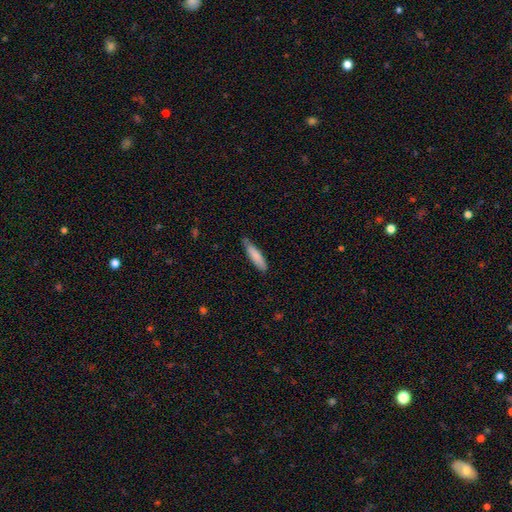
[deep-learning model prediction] smooth-or-featured: smooth: 82% | featured or disk: 12% | star or artifact: 6%
  how-rounded: cigar-shaped: 76% | in between: 22% | round: 1%
  merging: none: 74% | minor disturbance: 21% | major disturbance: 3% | merger: 2%